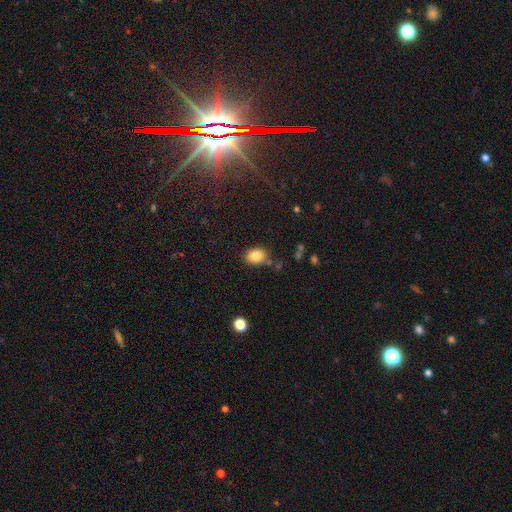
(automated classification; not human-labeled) The model was most divided on "how rounded": in between: 70%, round: 29%, cigar-shaped: 1%. More confident: smooth or featured — smooth (83%); merging — none (75%).